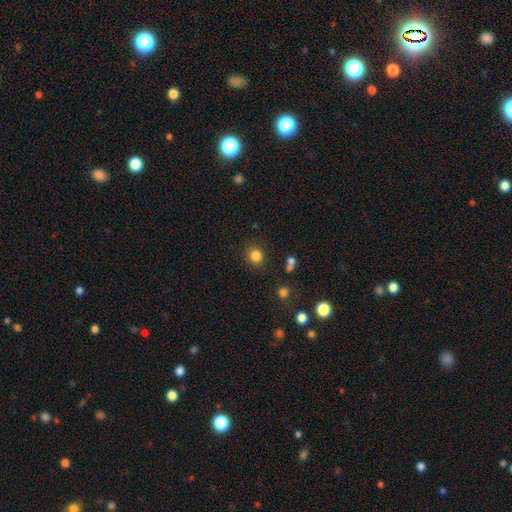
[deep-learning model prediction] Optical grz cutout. It shows a smooth galaxy with no disk features (83%) that is round (80%). Merging: none (85%).